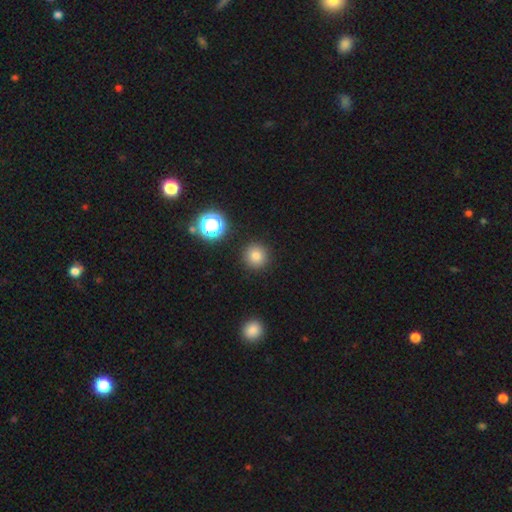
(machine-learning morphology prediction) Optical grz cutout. It shows a smooth galaxy with no disk features (80%) that is round (95%). Merging: none (91%).